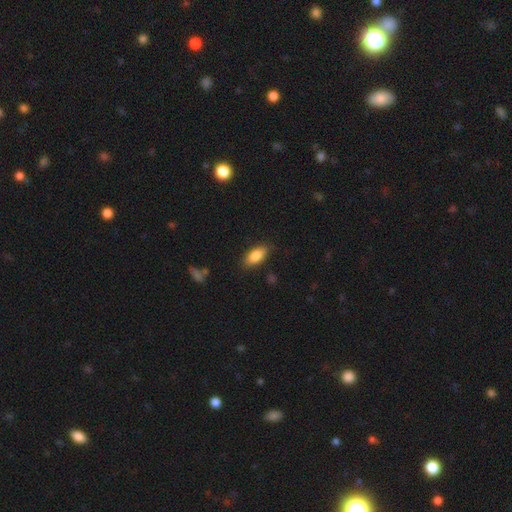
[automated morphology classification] Smooth or featured?
  - smooth: 84% *
  - featured or disk: 9%
  - star or artifact: 7%
How rounded?
  - in between: 89% *
  - cigar-shaped: 8%
  - round: 3%
Merging?
  - none: 83% *
  - minor disturbance: 12%
  - major disturbance: 3%
  - merger: 1%